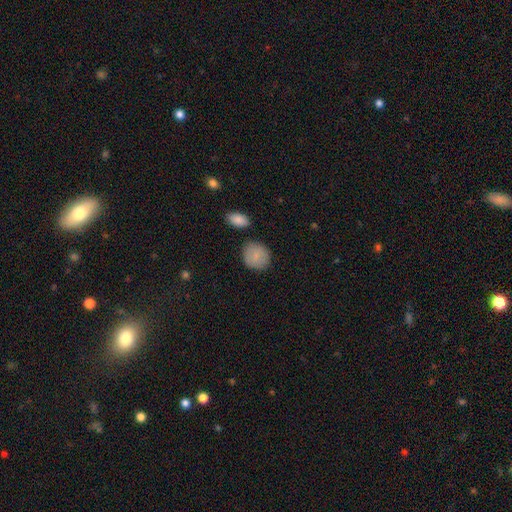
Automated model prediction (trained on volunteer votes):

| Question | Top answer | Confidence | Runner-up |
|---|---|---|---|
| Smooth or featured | smooth | 86% | featured or disk (7%) |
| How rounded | round | 79% | in between (20%) |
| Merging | none | 82% | minor disturbance (11%) |